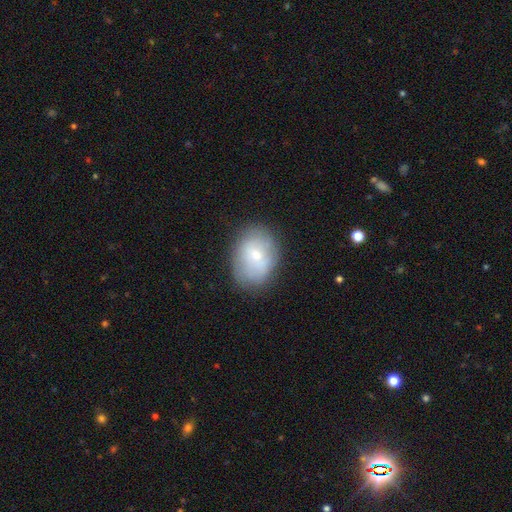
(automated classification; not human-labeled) A smooth galaxy with no disk features (58%) that is in between round and cigar-shaped (61%). Merging: none (73%).